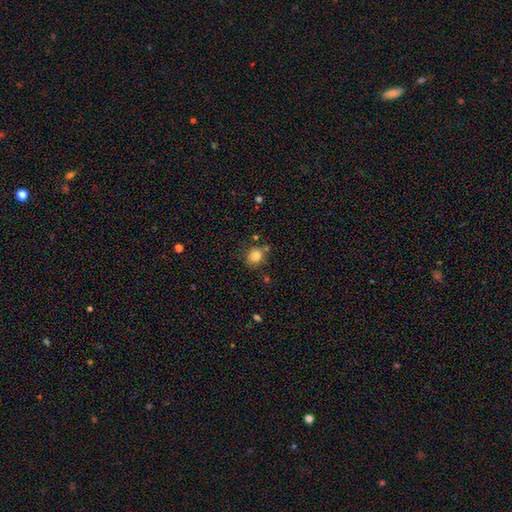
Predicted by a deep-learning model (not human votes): A smooth galaxy with no disk features (83%) that is round (58%). Merging: none (69%).